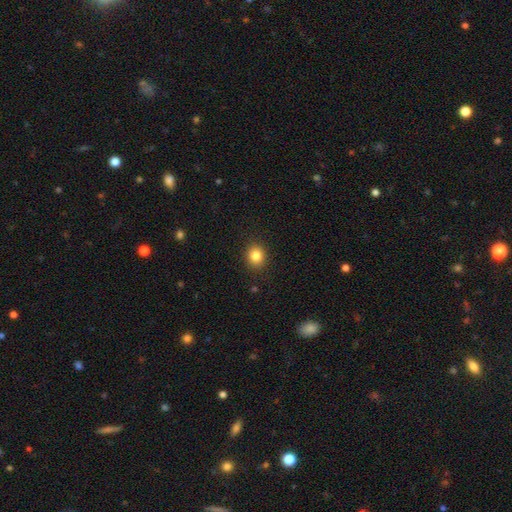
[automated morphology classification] smooth 84%, star or artifact 11%, featured or disk 6%. Down the decision tree: how rounded — round (77%); merging — none (89%).